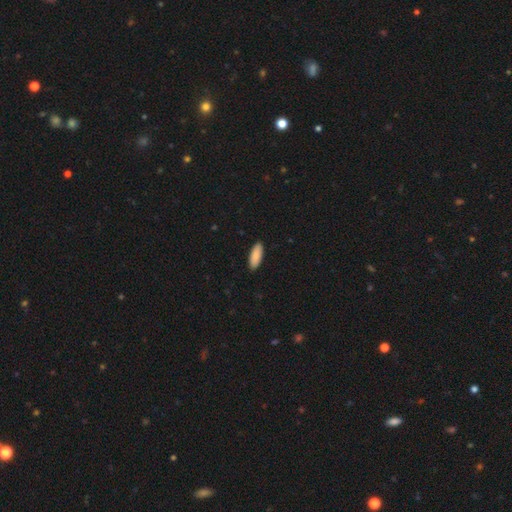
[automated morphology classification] Smooth or featured: smooth — 90% (star or artifact — 6%)
How rounded: in between — 74% (cigar-shaped — 24%)
Merging: none — 91% (minor disturbance — 7%)